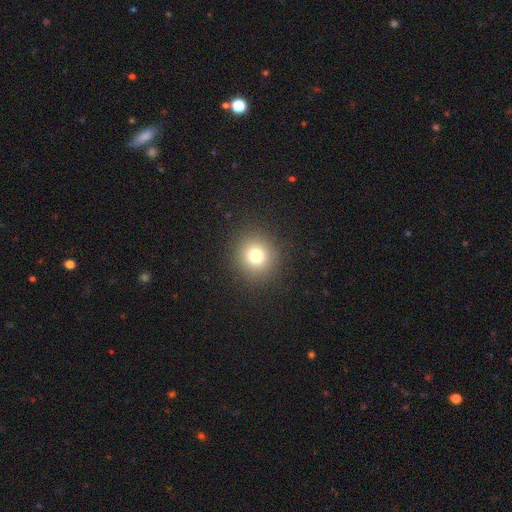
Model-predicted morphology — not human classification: Smooth or featured? Predicted: smooth (p=0.76). How rounded? Predicted: round (p=0.93). Merging? Predicted: none (p=0.91).